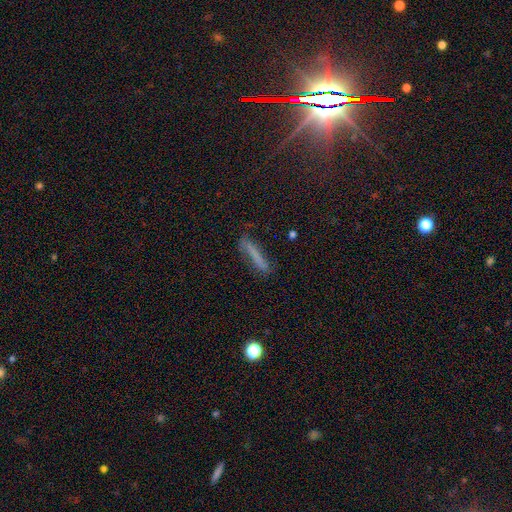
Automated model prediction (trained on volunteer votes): Morphology: type=smooth (68%); roundness=cigar-shaped (90%); merging=none (74%).